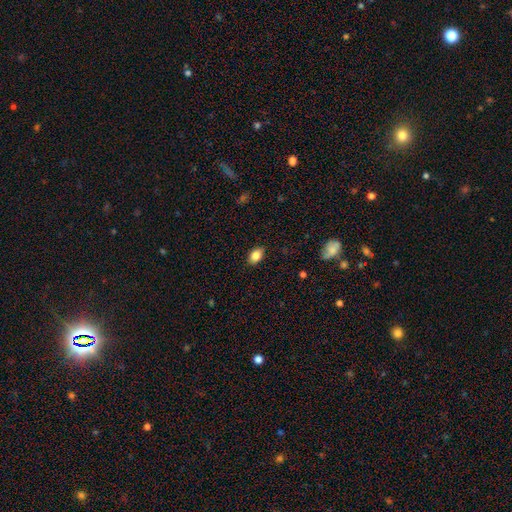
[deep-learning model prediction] smooth-or-featured: smooth: 86% | star or artifact: 8% | featured or disk: 6%
  how-rounded: in between: 86% | round: 13% | cigar-shaped: 2%
  merging: none: 86% | minor disturbance: 10% | major disturbance: 2% | merger: 1%